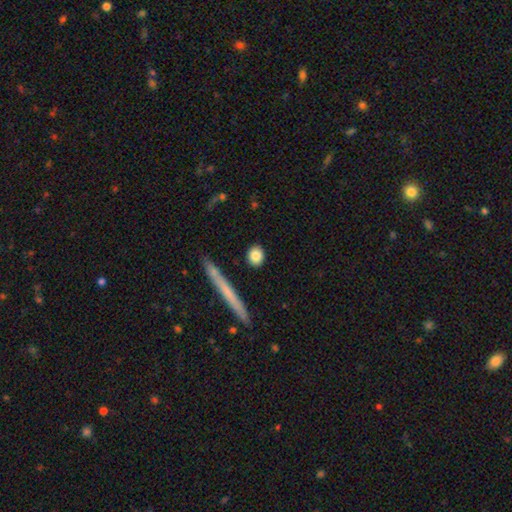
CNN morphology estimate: Smooth or featured?
  - smooth: 83% *
  - featured or disk: 9%
  - star or artifact: 7%
How rounded?
  - round: 65% *
  - in between: 29%
  - cigar-shaped: 6%
Merging?
  - none: 88% *
  - minor disturbance: 8%
  - major disturbance: 2%
  - merger: 2%